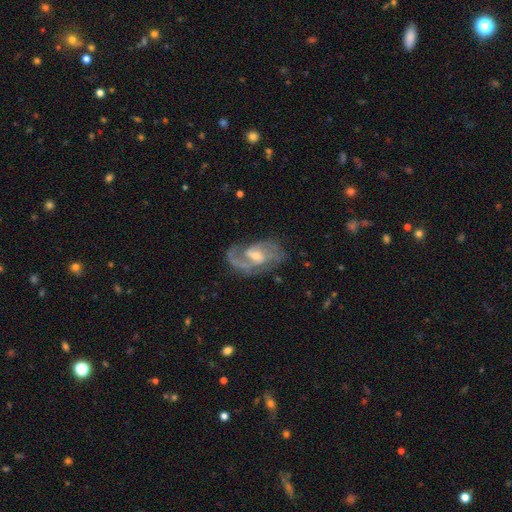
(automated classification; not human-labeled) smooth_or_featured: featured or disk (p=0.86) [alt: smooth p=0.08]
disk_edge_on: no (p=0.96) [alt: yes p=0.04]
bar: weak (p=0.51) [alt: no p=0.36]
has_spiral_arms: yes (p=0.95) [alt: no p=0.05]
spiral_winding: medium (p=0.49) [alt: tight p=0.29]
spiral_arm_count: 2 (p=0.59) [alt: 1 p=0.21]
bulge_size: moderate (p=0.50) [alt: small p=0.43]
merging: none (p=0.66) [alt: minor disturbance p=0.18]